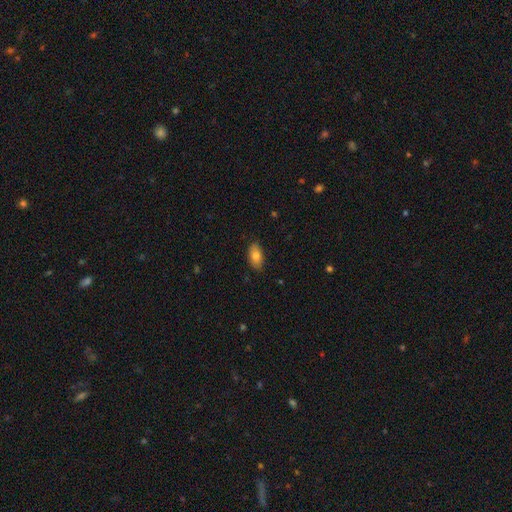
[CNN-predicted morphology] A smooth galaxy with no disk features (80%) that is in between round and cigar-shaped (91%). Merging: none (86%).